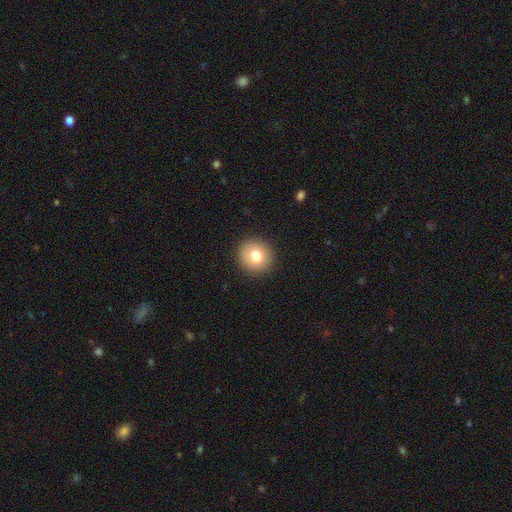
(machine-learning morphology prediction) The model was most divided on "smooth or featured": smooth: 79%, featured or disk: 11%, star or artifact: 10%. More confident: how rounded — round (92%); merging — none (92%).